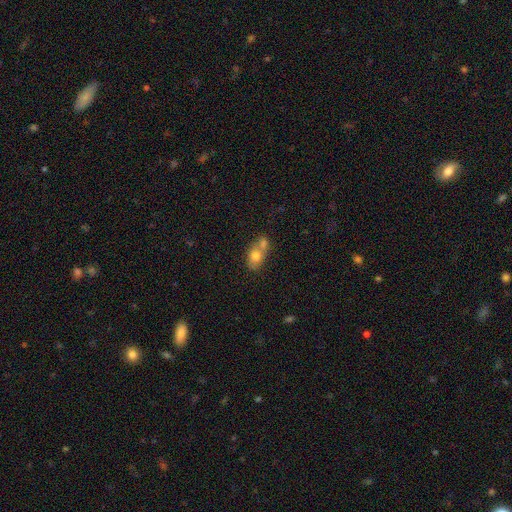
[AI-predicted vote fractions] smooth-or-featured: smooth: 73% | featured or disk: 18% | star or artifact: 9%
  how-rounded: in between: 68% | round: 29% | cigar-shaped: 2%
  merging: merger: 58% | none: 29% | minor disturbance: 10% | major disturbance: 4%